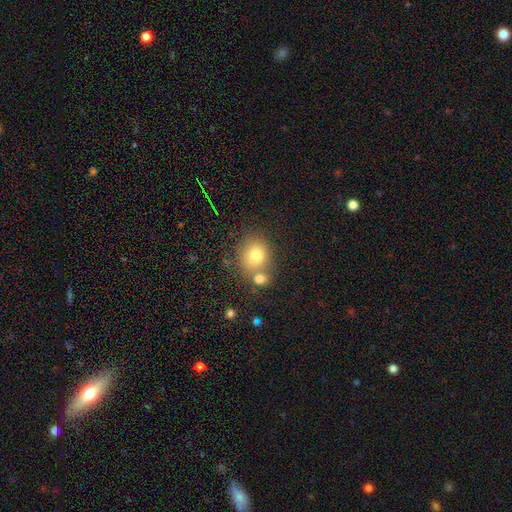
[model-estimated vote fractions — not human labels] This is likely a smooth galaxy (75%). How rounded: likely round (72%). Merging: possibly none (59%).